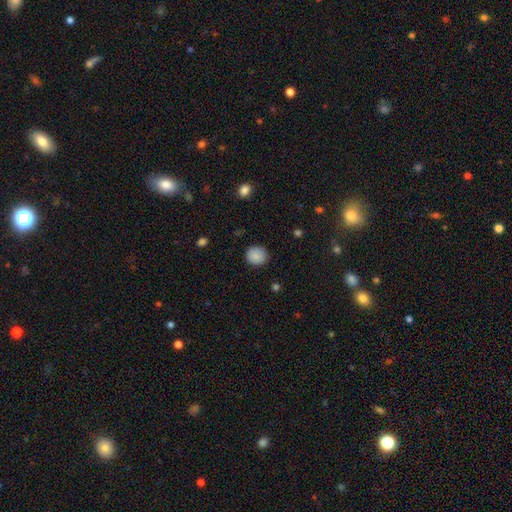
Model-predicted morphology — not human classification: A smooth galaxy with no disk features (86%) that is round (86%).

Vote fractions:
- Smooth or featured? smooth: 86% / star or artifact: 9% / featured or disk: 5%
- How rounded? round: 86% / in between: 13% / cigar-shaped: 1%
- Merging? none: 85% / minor disturbance: 11% / major disturbance: 3% / merger: 1%